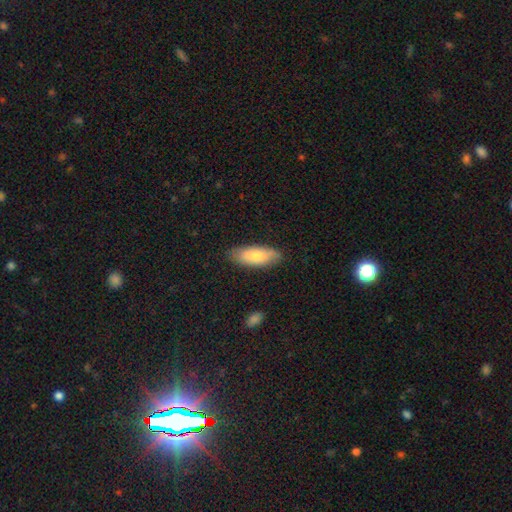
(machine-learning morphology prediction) Q: Smooth or featured?
A: smooth (74%); runner-up: featured or disk (20%)
Q: How rounded?
A: in between (74%); runner-up: cigar-shaped (24%)
Q: Merging?
A: none (83%); runner-up: minor disturbance (13%)